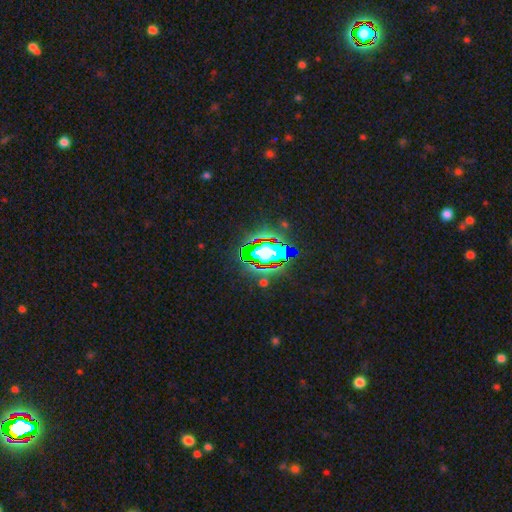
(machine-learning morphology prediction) Q: Smooth or featured?
A: star or artifact (78%); runner-up: smooth (12%)